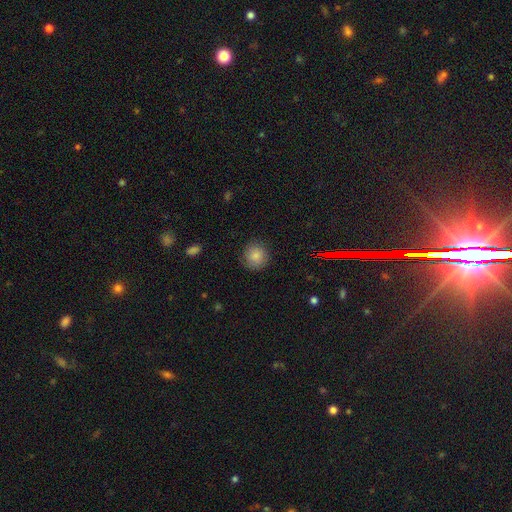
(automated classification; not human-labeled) Smooth or featured? smooth (84%)
How rounded? round (91%)
Merging? none (86%)